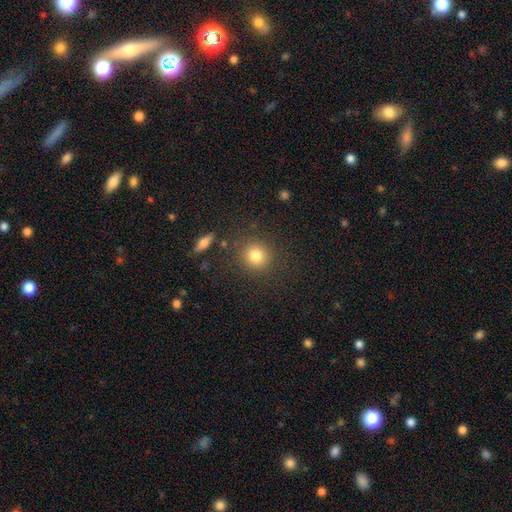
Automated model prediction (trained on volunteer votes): smooth-or-featured: smooth: 82% | star or artifact: 11% | featured or disk: 7%
  how-rounded: round: 89% | in between: 9% | cigar-shaped: 1%
  merging: none: 85% | minor disturbance: 8% | major disturbance: 4% | merger: 3%